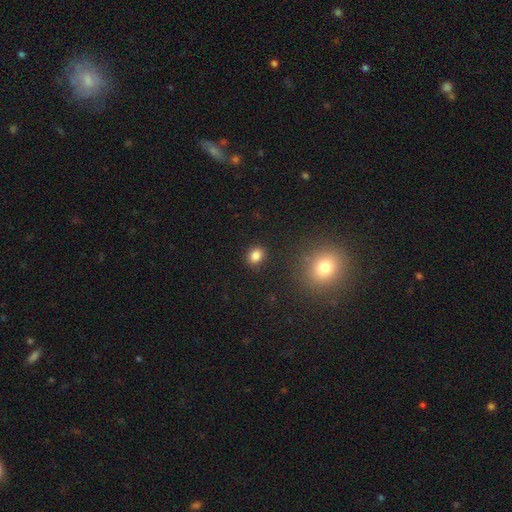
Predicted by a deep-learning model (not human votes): Overall: smooth (84%). How rounded: round (56%; in between 43%). Merging: none (88%).